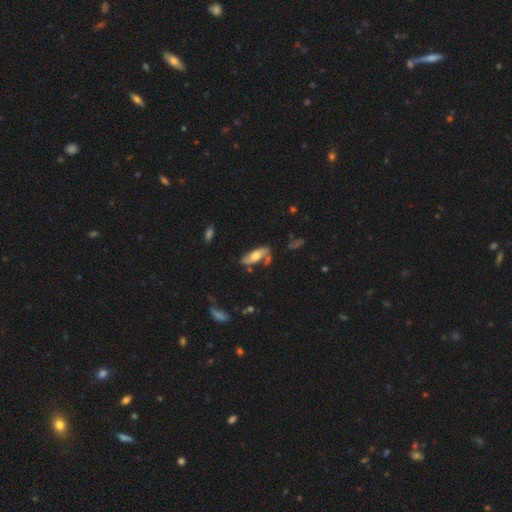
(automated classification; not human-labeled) smooth-or-featured: featured or disk: 50% | smooth: 43% | star or artifact: 7%
  disk-edge-on: no: 71% | yes: 29%
  merging: none: 57% | minor disturbance: 23% | merger: 10% | major disturbance: 10%